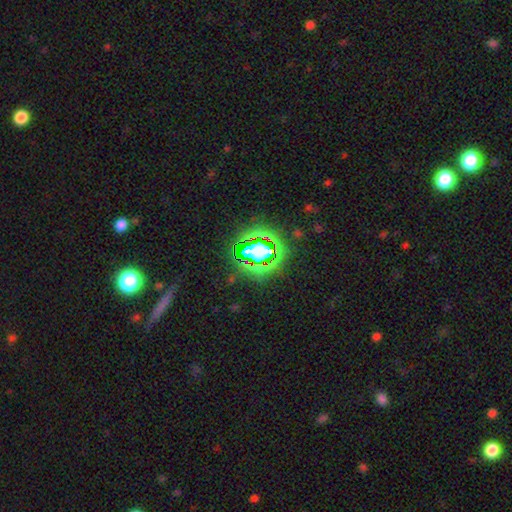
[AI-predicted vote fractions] Smooth or featured: star or artifact — 72% (smooth — 17%)